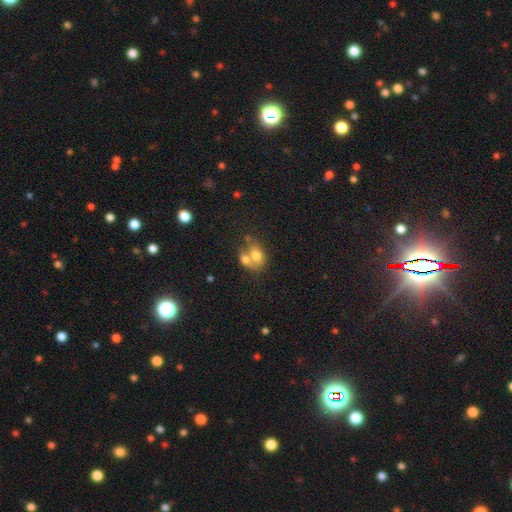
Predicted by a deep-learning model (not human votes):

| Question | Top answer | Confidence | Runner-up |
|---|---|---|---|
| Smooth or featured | smooth | 69% | featured or disk (22%) |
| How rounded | in between | 69% | round (29%) |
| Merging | merger | 63% | none (22%) |